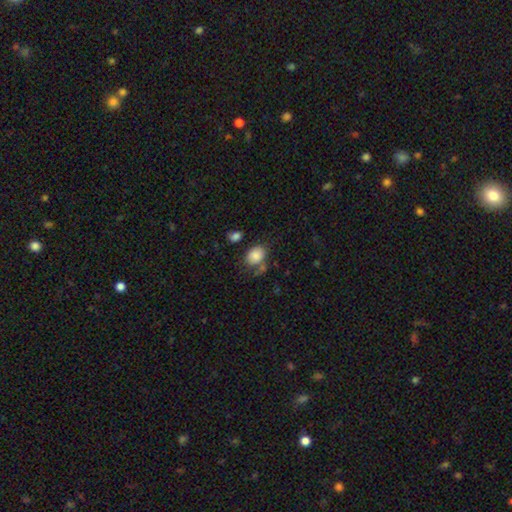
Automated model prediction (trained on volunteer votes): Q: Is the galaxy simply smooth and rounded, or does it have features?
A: smooth — 84%.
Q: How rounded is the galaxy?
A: in between — 67%.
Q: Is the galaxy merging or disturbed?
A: none — 54%.